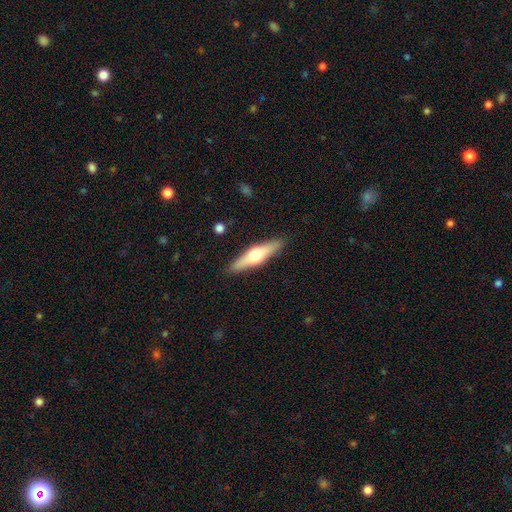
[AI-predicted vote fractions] A featured or disk galaxy (57%) viewed edge-on (94%) with a rounded central bulge (94%).

Vote fractions:
- Smooth or featured? featured or disk: 57% / smooth: 37% / star or artifact: 6%
- Edge-on disk? yes: 94% / no: 6%
- Edge-on bulge? rounded: 94% / boxy: 4% / none: 2%
- Merging? none: 89% / minor disturbance: 8% / major disturbance: 2% / merger: 1%